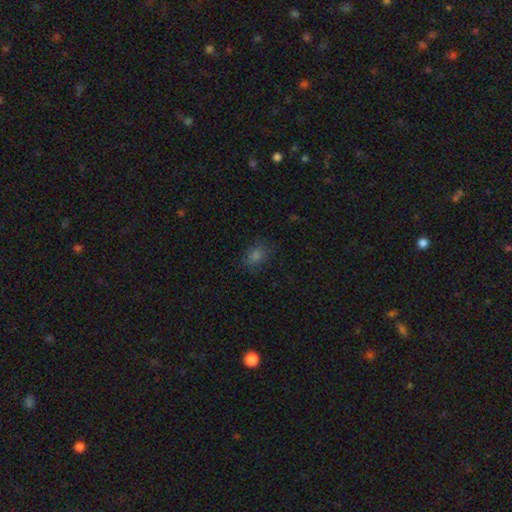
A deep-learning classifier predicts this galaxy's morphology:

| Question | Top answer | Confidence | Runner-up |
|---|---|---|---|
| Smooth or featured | smooth | 71% | star or artifact (21%) |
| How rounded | in between | 62% | round (36%) |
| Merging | none | 82% | minor disturbance (13%) |